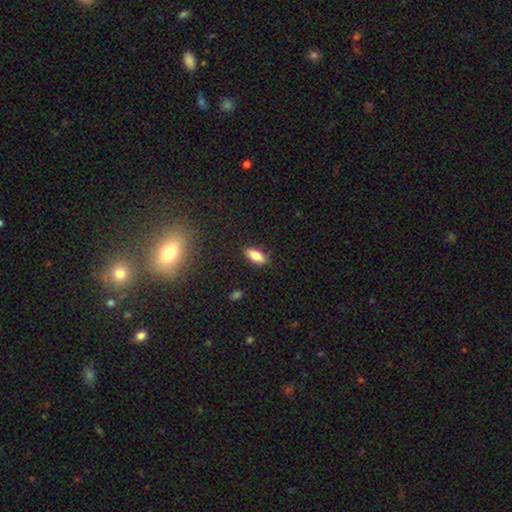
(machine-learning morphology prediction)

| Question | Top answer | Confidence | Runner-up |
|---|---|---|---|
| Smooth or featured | smooth | 82% | featured or disk (11%) |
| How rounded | in between | 81% | cigar-shaped (16%) |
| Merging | none | 87% | minor disturbance (9%) |